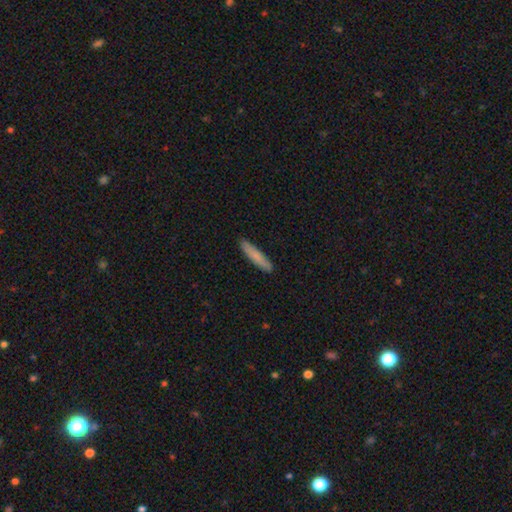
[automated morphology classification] The model was most divided on "smooth or featured": smooth: 82%, featured or disk: 13%, star or artifact: 6%. More confident: merging — none (90%); how rounded — cigar-shaped (90%).